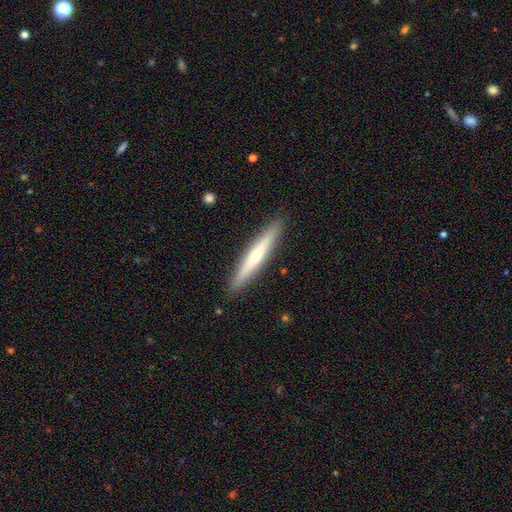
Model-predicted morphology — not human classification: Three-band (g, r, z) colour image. It shows a featured or disk galaxy (48%). Merging: none (91%).